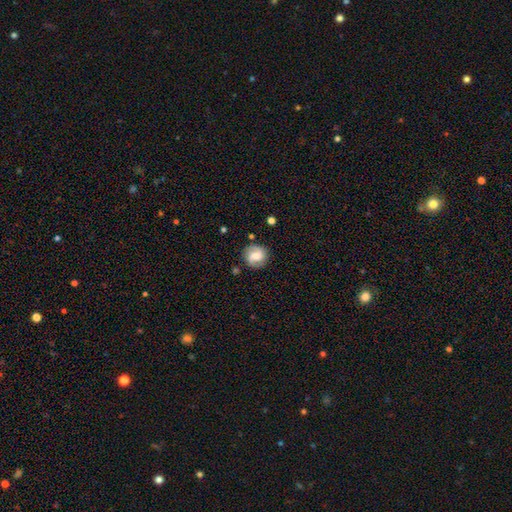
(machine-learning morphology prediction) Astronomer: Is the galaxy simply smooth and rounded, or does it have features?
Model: featured or disk — 55% (runner-up: smooth, 37%).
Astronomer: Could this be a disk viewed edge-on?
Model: no — 98%.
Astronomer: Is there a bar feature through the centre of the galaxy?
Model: weak — 46% (runner-up: no, 41%).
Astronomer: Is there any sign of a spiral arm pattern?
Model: yes — 90%.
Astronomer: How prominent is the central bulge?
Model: moderate — 56%.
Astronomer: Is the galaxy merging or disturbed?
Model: none — 81%.